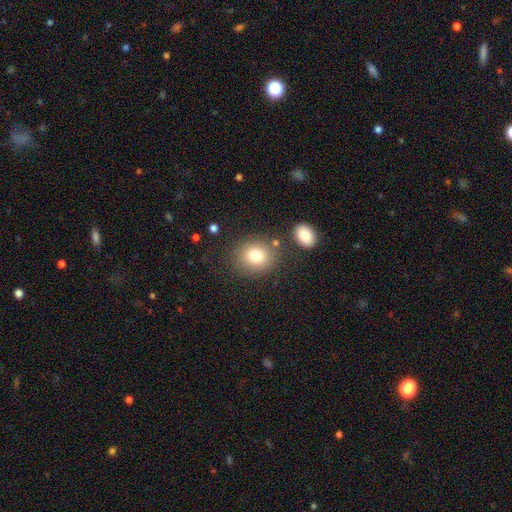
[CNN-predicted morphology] The model was most divided on "how rounded": round: 71%, in between: 28%, cigar-shaped: 1%. More confident: smooth or featured — smooth (79%); merging — none (77%).